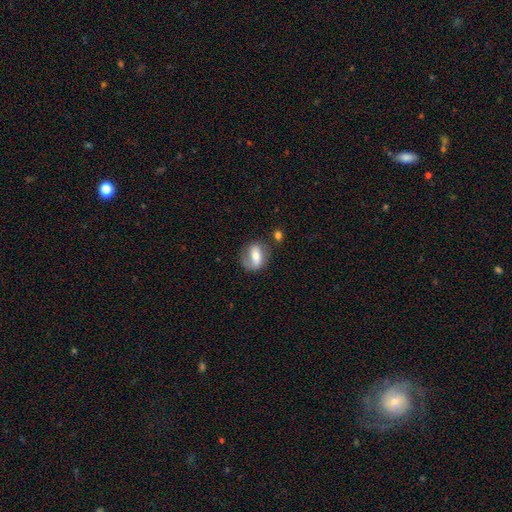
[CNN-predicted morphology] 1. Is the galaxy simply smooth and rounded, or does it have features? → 48% smooth, 44% featured or disk, 8% star or artifact.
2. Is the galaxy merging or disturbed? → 62% none, 22% minor disturbance, 12% major disturbance, 5% merger.